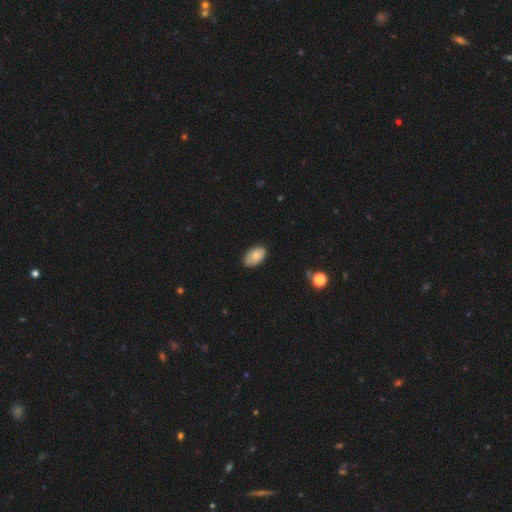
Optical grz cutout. It shows a smooth galaxy with no disk features (82%) that is in between round and cigar-shaped (88%). Merging: none (81%).